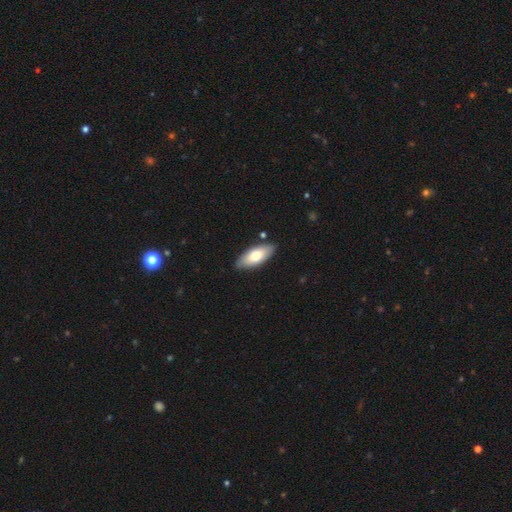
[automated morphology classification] A smooth galaxy with no disk features (71%) that is in between round and cigar-shaped (84%).

Vote fractions:
- Smooth or featured? smooth: 71% / featured or disk: 24% / star or artifact: 6%
- How rounded? in between: 84% / cigar-shaped: 14% / round: 2%
- Merging? none: 85% / minor disturbance: 11% / merger: 2% / major disturbance: 2%